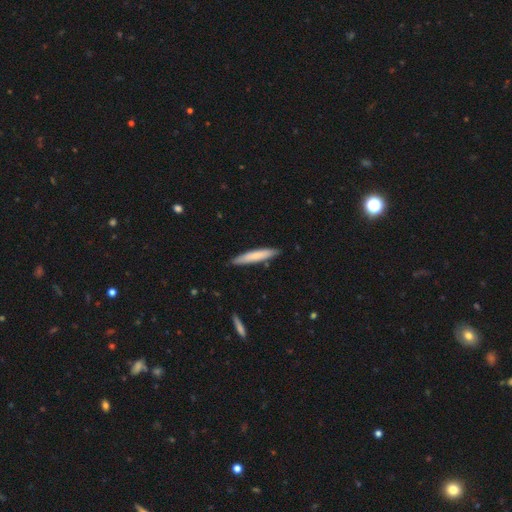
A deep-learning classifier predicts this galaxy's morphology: Smooth or featured: smooth — 73% (featured or disk — 22%)
How rounded: cigar-shaped — 92% (in between — 7%)
Merging: none — 87% (minor disturbance — 10%)